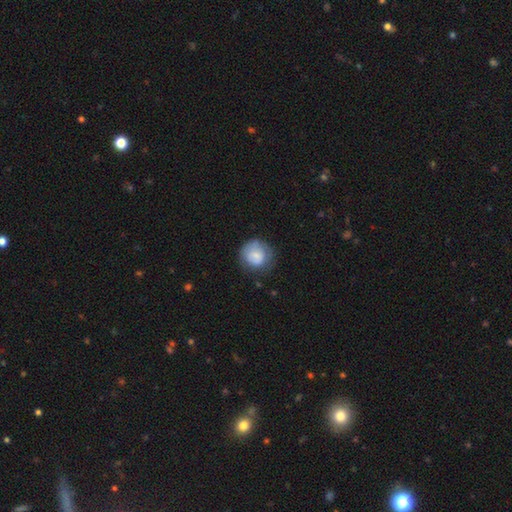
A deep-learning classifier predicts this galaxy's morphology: Smooth or featured? smooth (70%)
How rounded? round (88%)
Merging? none (66%)